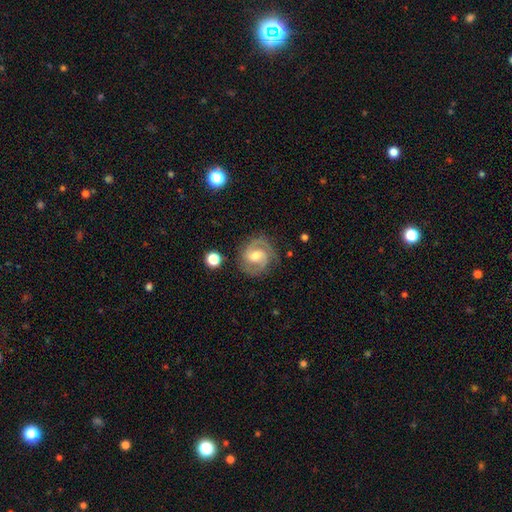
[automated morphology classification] This appears to be a featured or disk galaxy (84%) with a weak bar (53%), 2 (85%) medium (48%) spiral arms (97%) and a moderate central bulge (57%). Merging: none (80%).